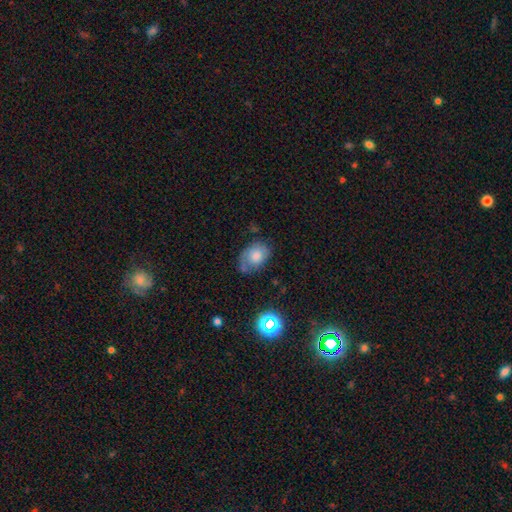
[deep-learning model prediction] Overall: smooth (67%). How rounded: in between (74%). Merging: none (50%; minor disturbance 32%).